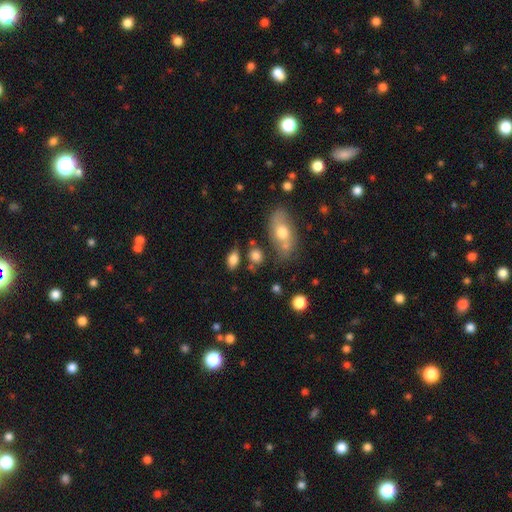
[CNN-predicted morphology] Q: Smooth or featured?
A: smooth (79%); runner-up: star or artifact (11%)
Q: How rounded?
A: in between (68%); runner-up: round (29%)
Q: Merging?
A: none (66%); runner-up: merger (15%)